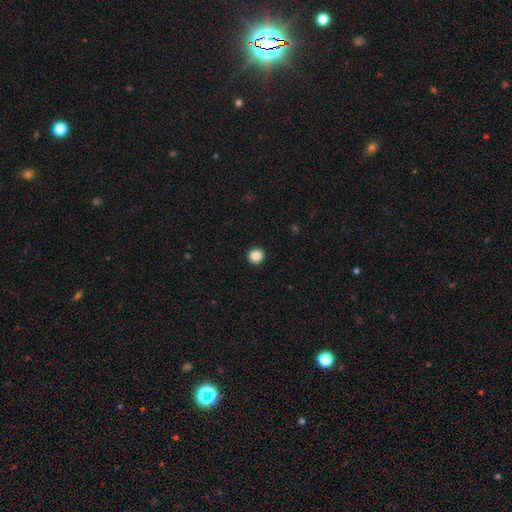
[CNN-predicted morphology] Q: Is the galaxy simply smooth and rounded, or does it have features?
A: smooth — 87%.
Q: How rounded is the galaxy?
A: round — 94%.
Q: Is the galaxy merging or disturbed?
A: none — 94%.